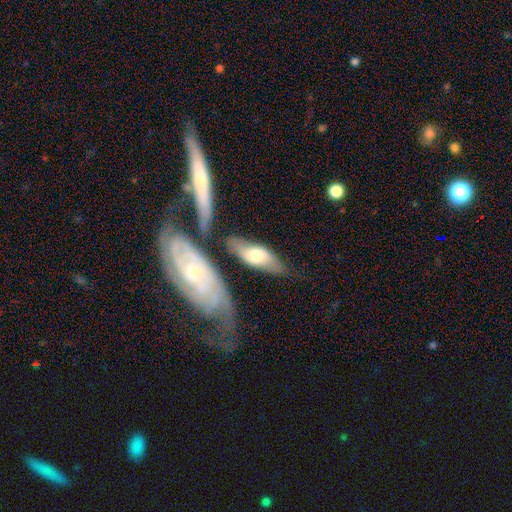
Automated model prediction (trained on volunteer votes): smooth-or-featured: smooth: 55% | featured or disk: 40% | star or artifact: 5%
  how-rounded: in between: 64% | cigar-shaped: 33% | round: 3%
  merging: none: 69% | minor disturbance: 18% | merger: 8% | major disturbance: 5%